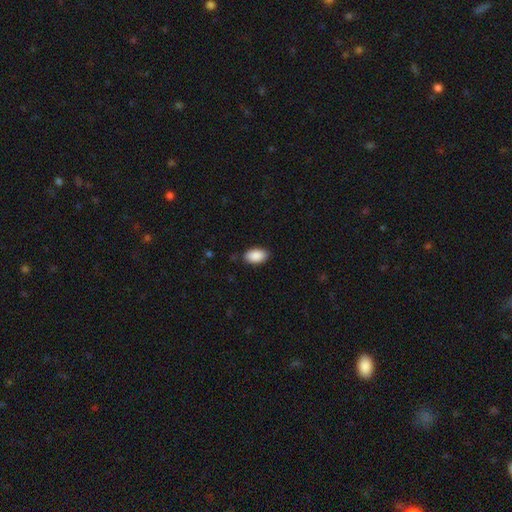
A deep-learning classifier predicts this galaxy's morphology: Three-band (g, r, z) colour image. It shows a smooth galaxy with no disk features (90%) that is in between round and cigar-shaped (95%). Merging: none (86%).